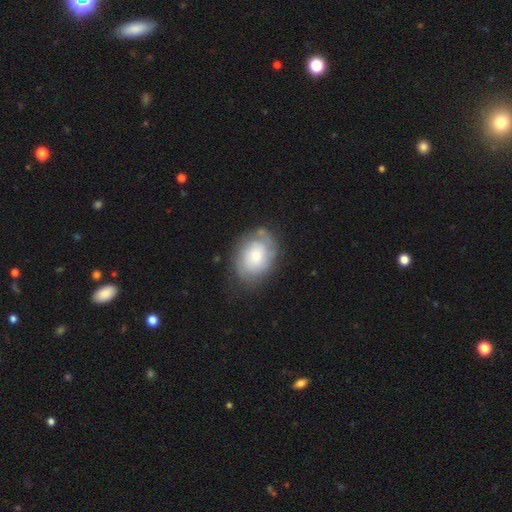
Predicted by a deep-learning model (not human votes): Morphology: type=smooth (49%); merging=none (66%).